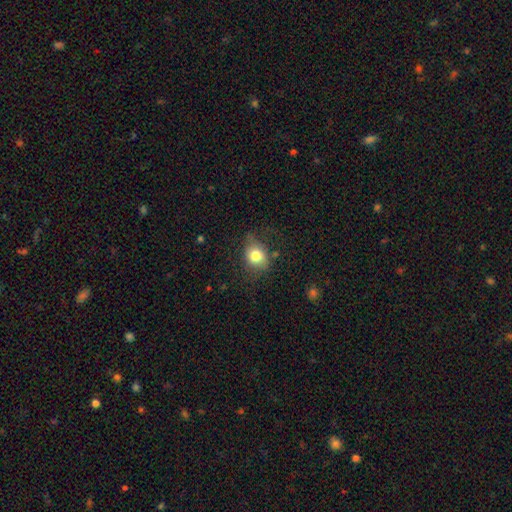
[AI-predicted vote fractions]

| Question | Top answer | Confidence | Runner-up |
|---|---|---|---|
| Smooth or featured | smooth | 80% | featured or disk (11%) |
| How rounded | round | 58% | in between (41%) |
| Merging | none | 65% | minor disturbance (24%) |